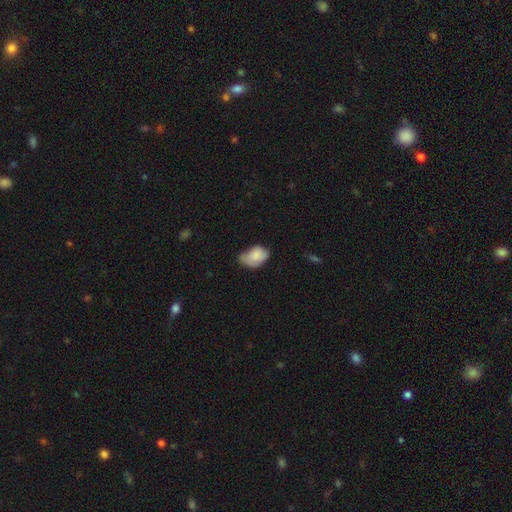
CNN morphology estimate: Smooth or featured?
  - smooth: 79% *
  - featured or disk: 14%
  - star or artifact: 7%
How rounded?
  - in between: 86% *
  - round: 13%
  - cigar-shaped: 1%
Merging?
  - minor disturbance: 47% *
  - none: 34%
  - major disturbance: 16%
  - merger: 3%